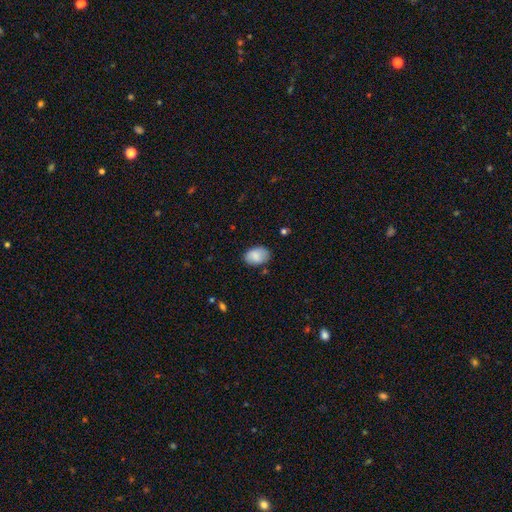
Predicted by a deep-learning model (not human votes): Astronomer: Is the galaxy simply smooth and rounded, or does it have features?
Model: smooth — 81%.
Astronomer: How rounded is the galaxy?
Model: in between — 84%.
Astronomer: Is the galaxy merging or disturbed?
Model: none — 76%.